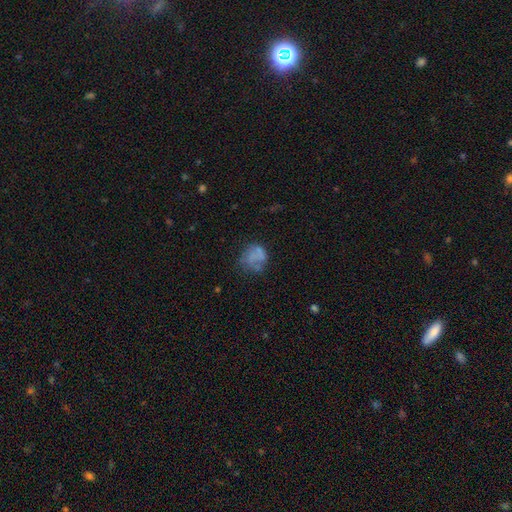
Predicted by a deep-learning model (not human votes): A smooth galaxy with no disk features (56%) that is round (69%).

Vote fractions:
- Smooth or featured? smooth: 56% / featured or disk: 32% / star or artifact: 13%
- How rounded? round: 69% / in between: 30% / cigar-shaped: 1%
- Merging? none: 45% / minor disturbance: 25% / major disturbance: 23% / merger: 7%